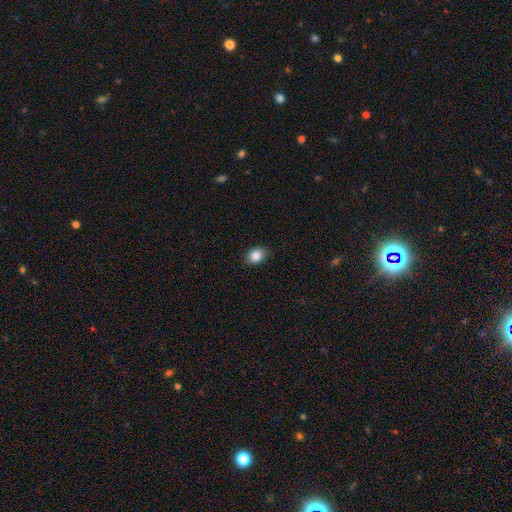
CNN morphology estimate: This appears to be a smooth galaxy with no disk features (85%) that is in between round and cigar-shaped (61%). Merging: none (87%).